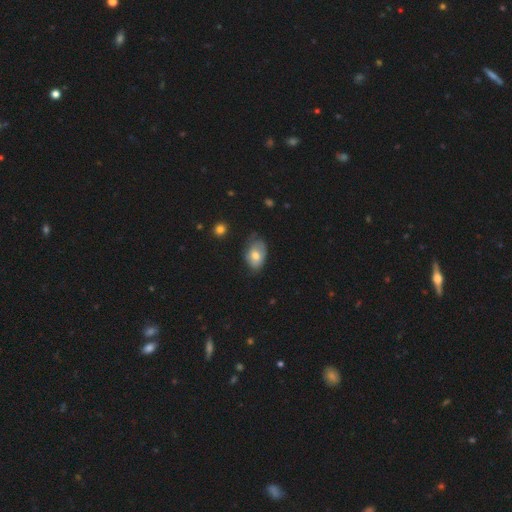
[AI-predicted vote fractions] Smooth or featured? smooth (69%)
How rounded? in between (86%)
Merging? none (52%)